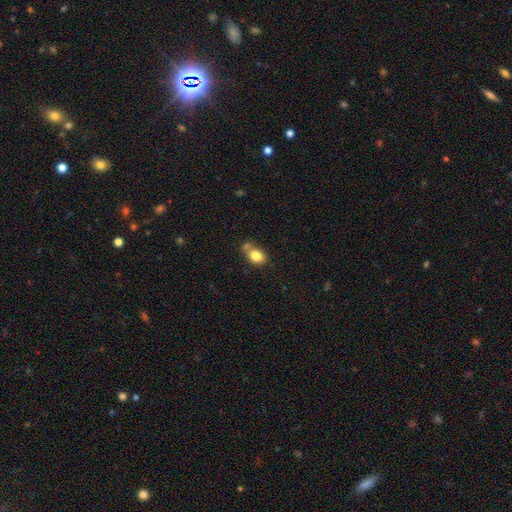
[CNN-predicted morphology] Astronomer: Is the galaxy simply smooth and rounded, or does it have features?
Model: smooth — 81%.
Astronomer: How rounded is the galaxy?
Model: in between — 65%.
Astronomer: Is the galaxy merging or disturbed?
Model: none — 52%.